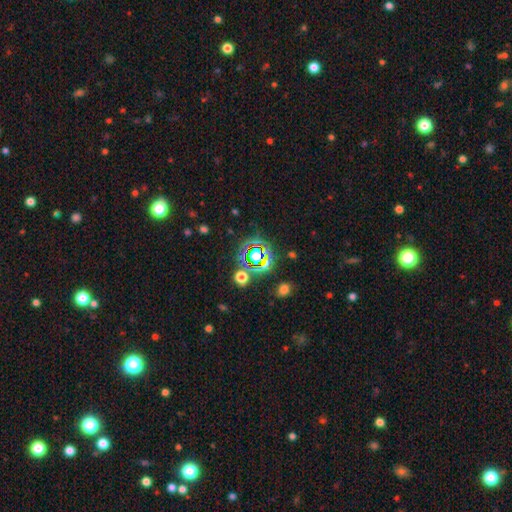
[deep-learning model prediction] star or artifact 63%, smooth 26%, featured or disk 12%.